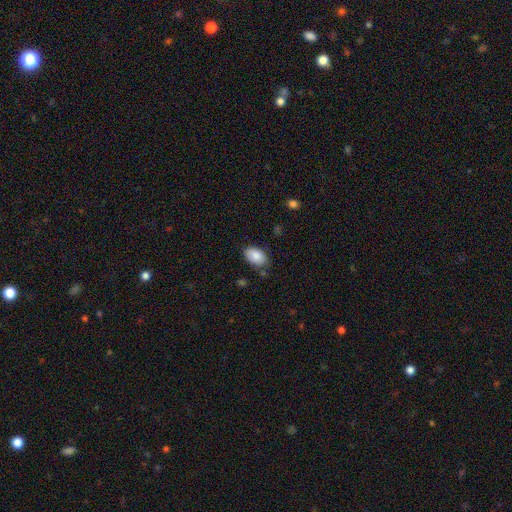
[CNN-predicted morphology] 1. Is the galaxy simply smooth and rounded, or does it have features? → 86% smooth, 7% featured or disk, 7% star or artifact.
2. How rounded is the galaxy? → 91% in between, 8% round, 1% cigar-shaped.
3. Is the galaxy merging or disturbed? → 80% none, 15% minor disturbance, 3% major disturbance, 3% merger.